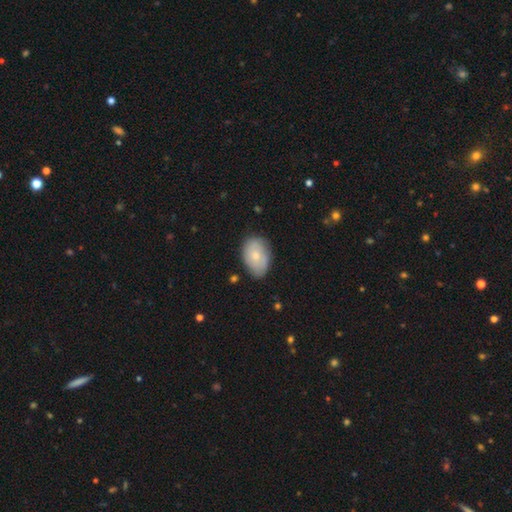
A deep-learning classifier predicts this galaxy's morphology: smooth_or_featured: smooth (p=0.68) [alt: featured or disk p=0.26]
how_rounded: in between (p=0.86) [alt: round p=0.13]
merging: none (p=0.73) [alt: minor disturbance p=0.21]